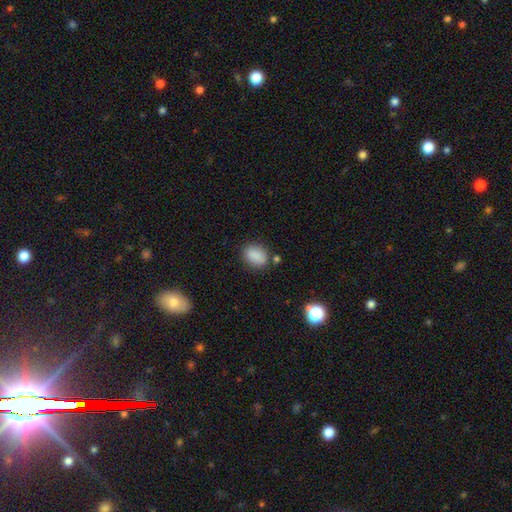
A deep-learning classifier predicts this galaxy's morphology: This appears to be a smooth galaxy with no disk features (86%) that is in between round and cigar-shaped (73%). Merging: none (76%).